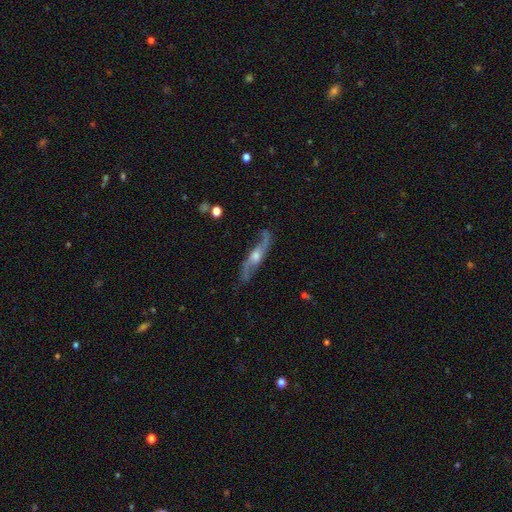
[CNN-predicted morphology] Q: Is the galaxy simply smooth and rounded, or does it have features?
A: featured or disk — 82%.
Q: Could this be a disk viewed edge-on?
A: no — 62%.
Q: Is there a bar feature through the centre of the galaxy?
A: no — 60%.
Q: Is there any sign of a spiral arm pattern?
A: yes — 93%.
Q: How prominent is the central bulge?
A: moderate — 64%.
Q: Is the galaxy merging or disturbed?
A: none — 79%.